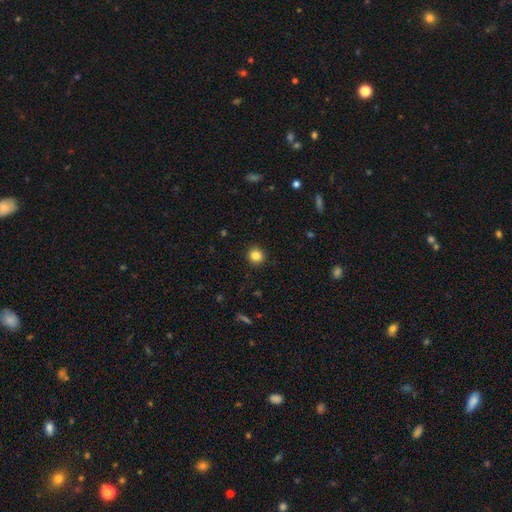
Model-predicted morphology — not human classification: Smooth or featured: smooth — 84% (star or artifact — 11%)
How rounded: round — 92% (in between — 7%)
Merging: none — 92% (minor disturbance — 5%)